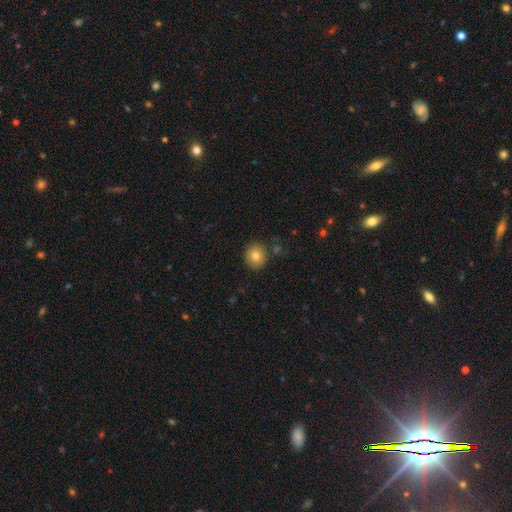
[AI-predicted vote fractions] This appears to be a smooth galaxy with no disk features (80%) that is round (88%). Merging: none (85%).